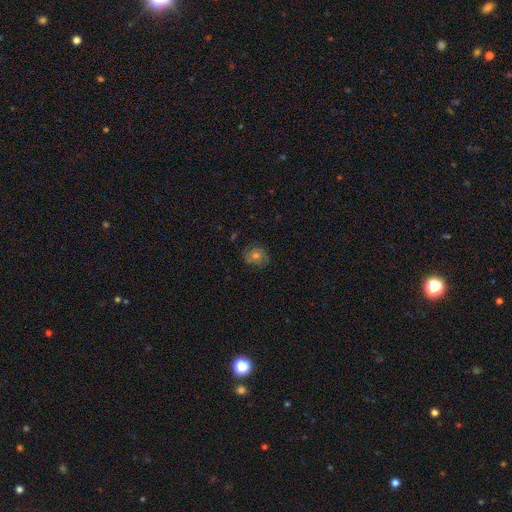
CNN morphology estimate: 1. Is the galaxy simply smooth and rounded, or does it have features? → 51% smooth, 33% featured or disk, 16% star or artifact.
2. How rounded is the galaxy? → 80% round, 19% in between, 1% cigar-shaped.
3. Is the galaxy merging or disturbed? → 76% none, 17% minor disturbance, 6% major disturbance, 2% merger.